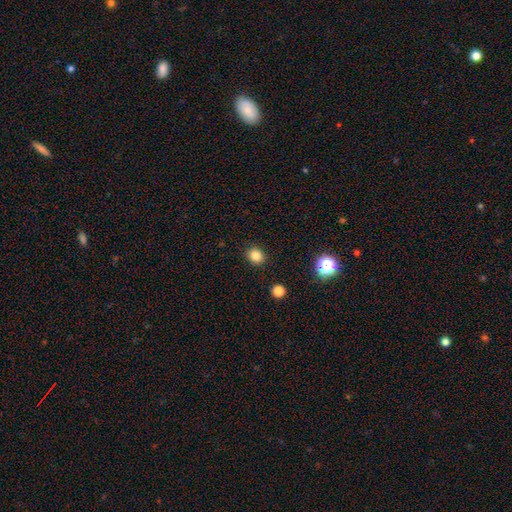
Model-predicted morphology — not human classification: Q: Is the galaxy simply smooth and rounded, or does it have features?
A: smooth — 83%.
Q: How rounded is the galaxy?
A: round — 72%.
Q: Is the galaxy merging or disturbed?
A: none — 90%.